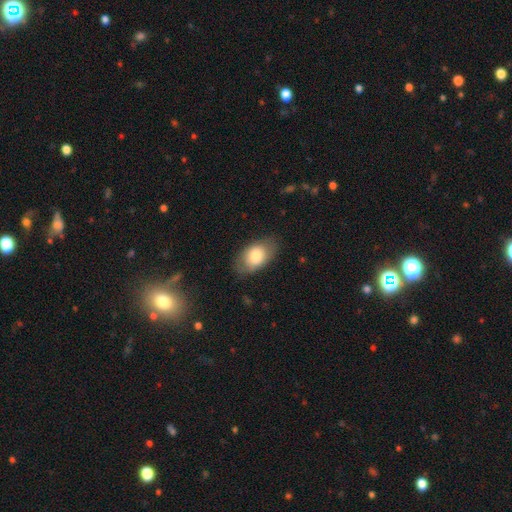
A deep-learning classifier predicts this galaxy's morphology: type=smooth (76%); roundness=in between (91%); merging=none (77%).